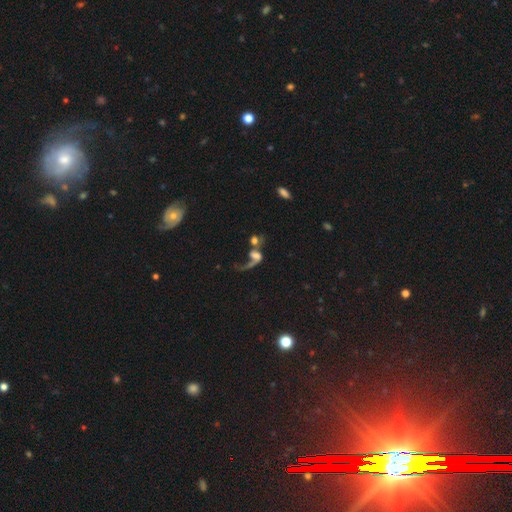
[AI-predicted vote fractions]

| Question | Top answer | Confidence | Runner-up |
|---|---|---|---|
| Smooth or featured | featured or disk | 50% | smooth (36%) |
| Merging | merger | 51% | major disturbance (26%) |